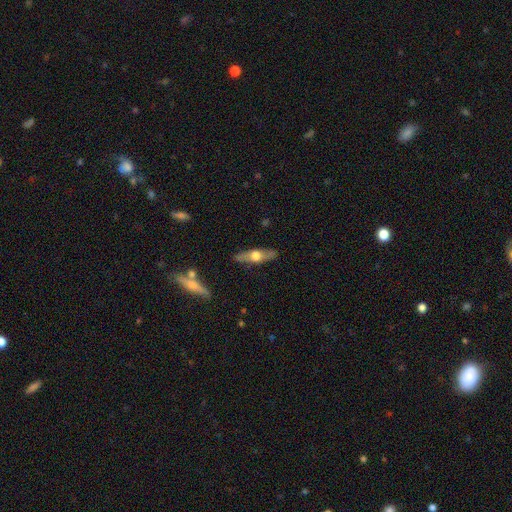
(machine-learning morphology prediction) The model was most divided on "smooth or featured": featured or disk: 56%, smooth: 38%, star or artifact: 6%. More confident: merging — none (86%); edge-on disk — yes (84%).